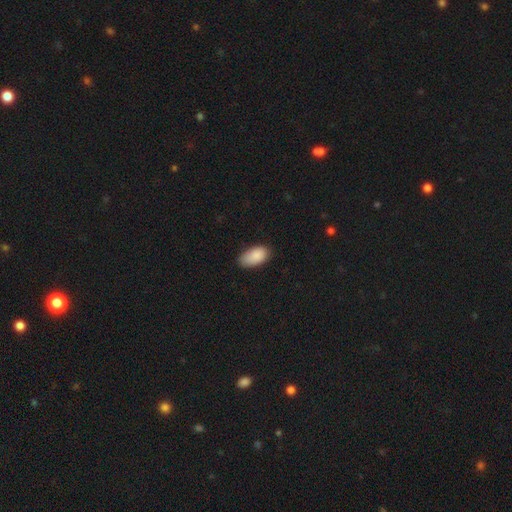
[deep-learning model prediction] Smooth or featured: smooth — 88% (star or artifact — 7%)
How rounded: in between — 94% (round — 3%)
Merging: none — 72% (minor disturbance — 23%)